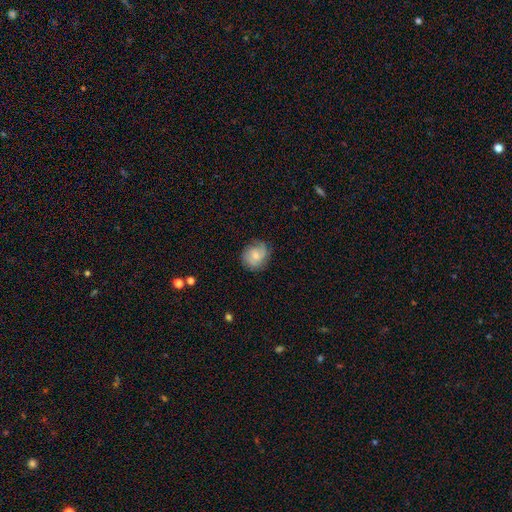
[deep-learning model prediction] A smooth galaxy with no disk features (53%) that is round (71%).

Vote fractions:
- Smooth or featured? smooth: 53% / featured or disk: 39% / star or artifact: 8%
- How rounded? round: 71% / in between: 28% / cigar-shaped: 1%
- Merging? none: 74% / minor disturbance: 19% / major disturbance: 6% / merger: 1%